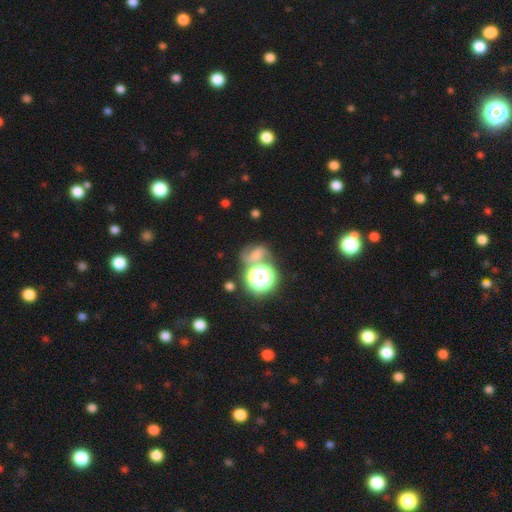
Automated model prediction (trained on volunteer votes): This is marginally a smooth galaxy (40%). Merging: possibly none (45%).